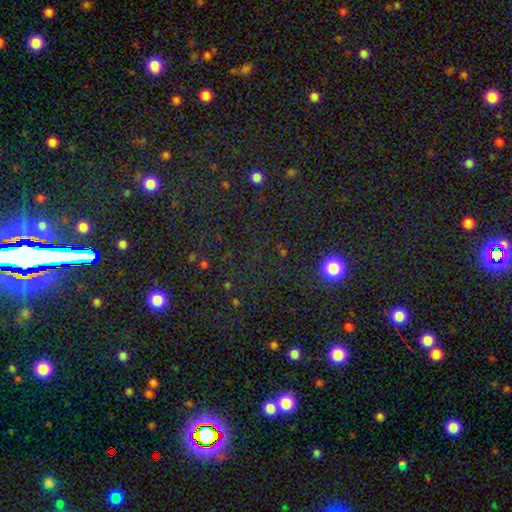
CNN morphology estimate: This is likely a star or artifact rather than a galaxy (69%).